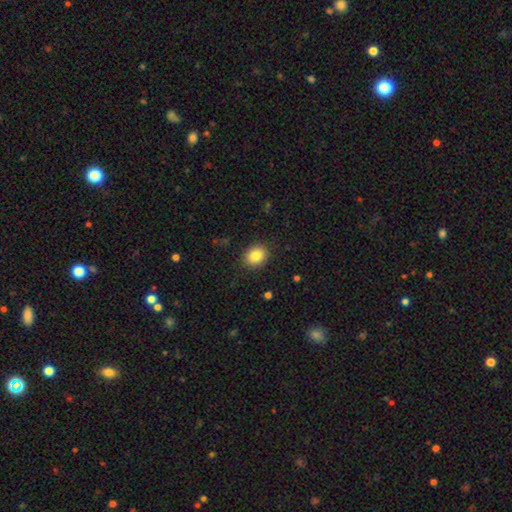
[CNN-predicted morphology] The model was most divided on "how rounded": round: 58%, in between: 42%, cigar-shaped: 1%. More confident: merging — none (88%); smooth or featured — smooth (84%).